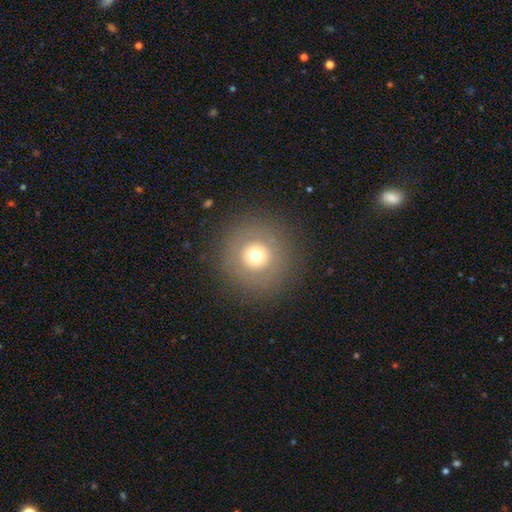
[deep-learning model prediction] smooth_or_featured: smooth (p=0.65) [alt: featured or disk p=0.19]
how_rounded: round (p=0.95) [alt: in between p=0.04]
merging: none (p=0.87) [alt: minor disturbance p=0.07]